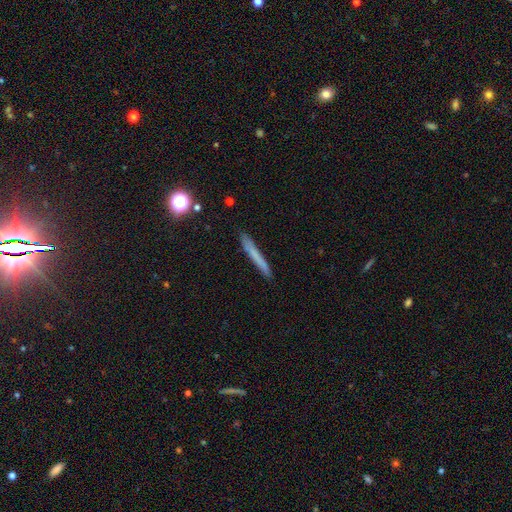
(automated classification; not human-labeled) Smooth or featured? smooth (64%)
How rounded? cigar-shaped (96%)
Merging? none (88%)